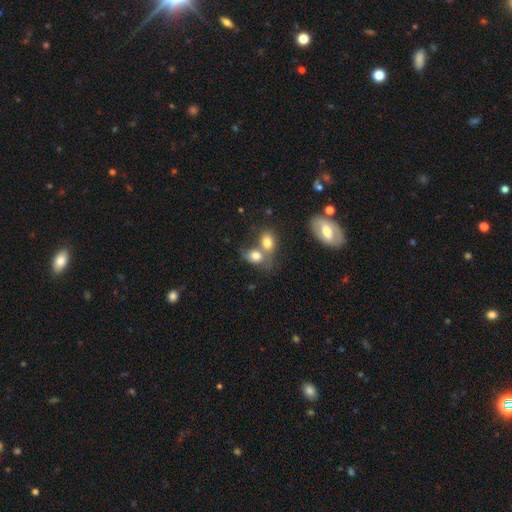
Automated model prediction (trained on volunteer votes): A smooth galaxy with no disk features (74%) that is in between round and cigar-shaped (62%). Merging: merger (60%).